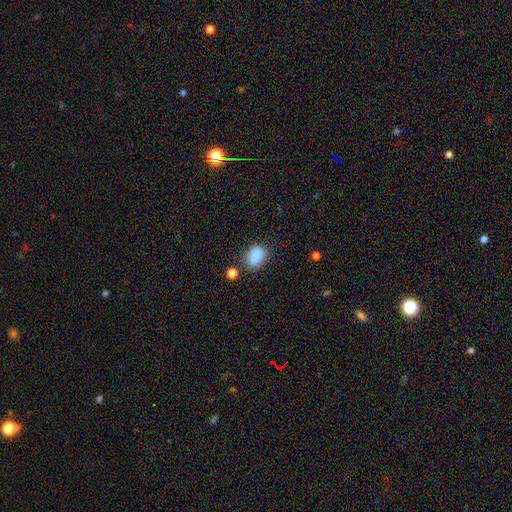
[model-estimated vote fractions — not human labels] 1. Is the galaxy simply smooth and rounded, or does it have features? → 85% smooth, 10% star or artifact, 5% featured or disk.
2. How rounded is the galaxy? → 69% in between, 29% round, 1% cigar-shaped.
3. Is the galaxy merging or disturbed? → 66% none, 21% minor disturbance, 7% merger, 7% major disturbance.